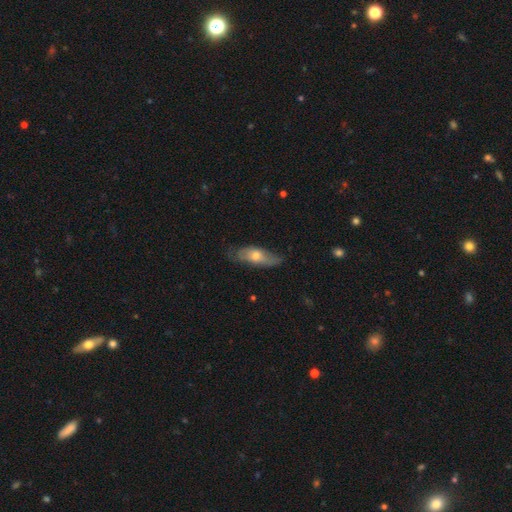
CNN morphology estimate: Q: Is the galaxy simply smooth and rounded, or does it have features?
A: smooth — 49%.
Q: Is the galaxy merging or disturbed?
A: none — 62%.